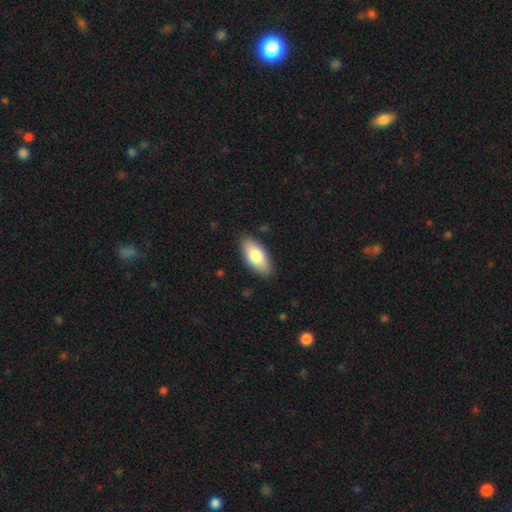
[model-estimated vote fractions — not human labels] smooth 79%, featured or disk 15%, star or artifact 6%. Down the decision tree: how rounded — in between (90%); merging — none (87%).